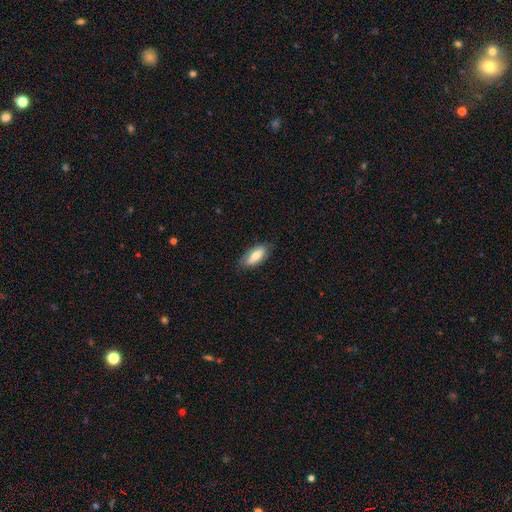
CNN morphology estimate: Smooth or featured? smooth (75%)
How rounded? in between (80%)
Merging? none (79%)